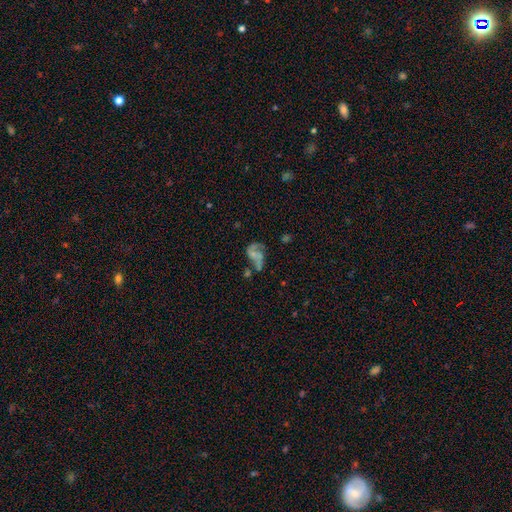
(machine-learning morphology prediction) Smooth or featured? featured or disk (59%)
Edge-on disk? no (98%)
Bar? no (74%)
Spiral arms? yes (60%)
Bulge size? none (42%)
Merging? major disturbance (35%)